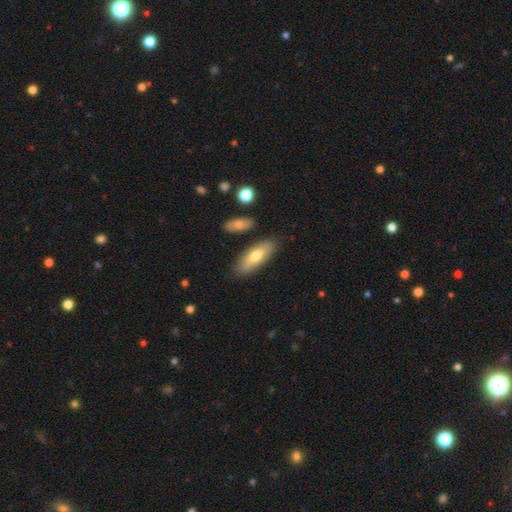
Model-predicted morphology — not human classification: Overall: smooth (71%). How rounded: in between (63%; cigar-shaped 34%). Merging: none (83%).